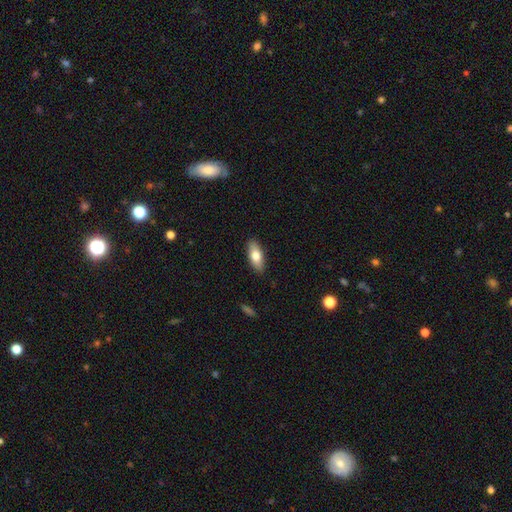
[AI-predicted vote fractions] Overall: smooth (75%). How rounded: in between (79%). Merging: none (88%).